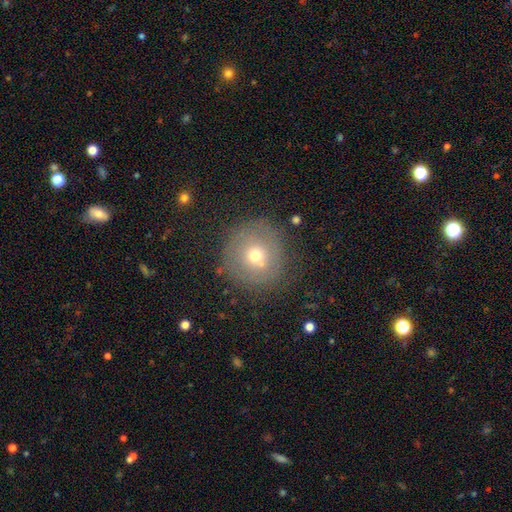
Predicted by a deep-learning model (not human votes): Overall: smooth (63%). How rounded: round (95%). Merging: none (78%).